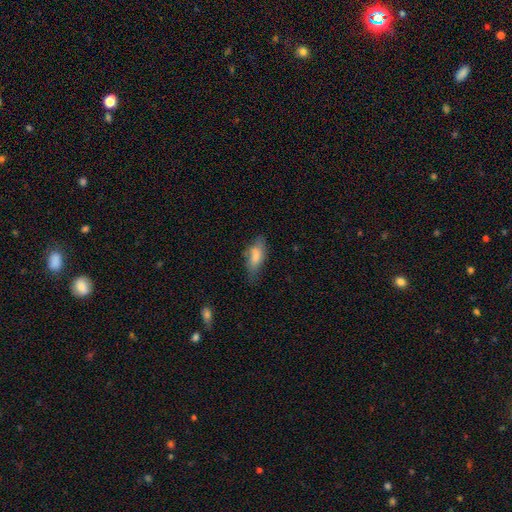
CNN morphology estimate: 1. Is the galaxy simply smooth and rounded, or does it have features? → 79% smooth, 14% featured or disk, 7% star or artifact.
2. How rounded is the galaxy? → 74% in between, 23% cigar-shaped, 2% round.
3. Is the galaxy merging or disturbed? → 61% none, 27% minor disturbance, 8% major disturbance, 4% merger.